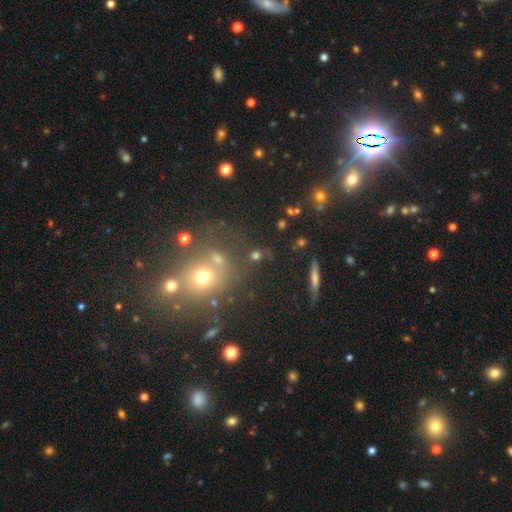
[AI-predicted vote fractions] Smooth or featured? smooth (55%)
How rounded? round (65%)
Merging? none (69%)